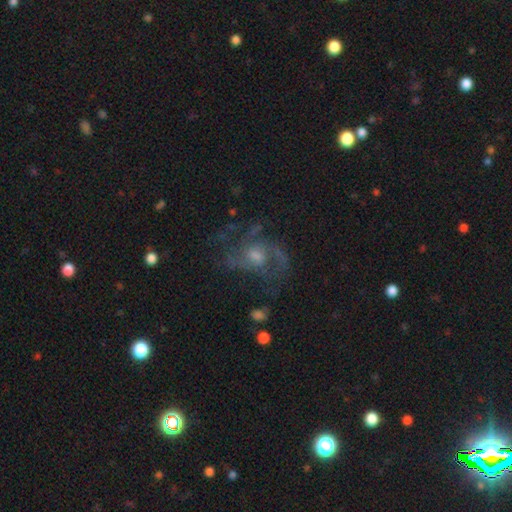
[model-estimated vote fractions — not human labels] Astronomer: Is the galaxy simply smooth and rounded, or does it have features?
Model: featured or disk — 76%.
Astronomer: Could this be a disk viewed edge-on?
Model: no — 97%.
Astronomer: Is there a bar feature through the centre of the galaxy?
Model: no — 65%.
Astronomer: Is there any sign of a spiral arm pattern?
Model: yes — 86%.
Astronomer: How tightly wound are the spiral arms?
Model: medium — 49% (runner-up: loose, 31%).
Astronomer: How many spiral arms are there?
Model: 2 — 34% (runner-up: can't tell, 25%).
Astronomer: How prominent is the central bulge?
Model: moderate — 50% (runner-up: small, 34%).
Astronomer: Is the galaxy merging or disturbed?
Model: none — 55%.